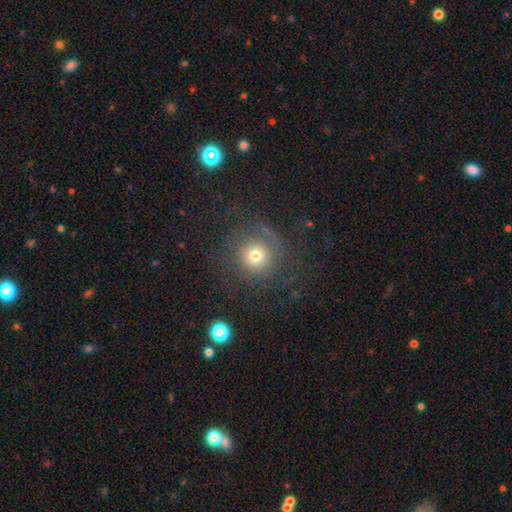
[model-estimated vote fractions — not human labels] This appears to be a smooth galaxy with no disk features (58%) that is round (92%). Merging: none (70%).